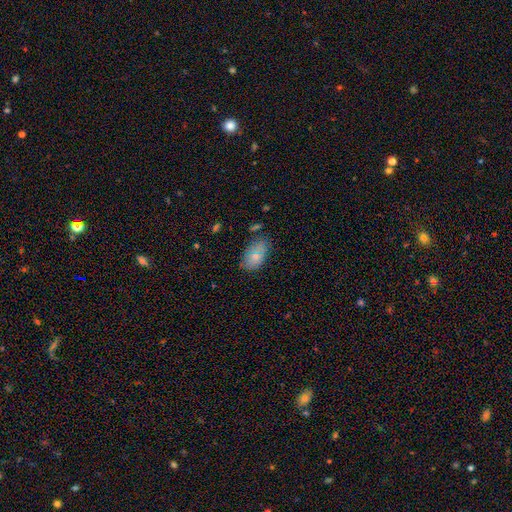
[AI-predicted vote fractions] A smooth galaxy with no disk features (77%) that is in between round and cigar-shaped (92%). Merging: none (71%).